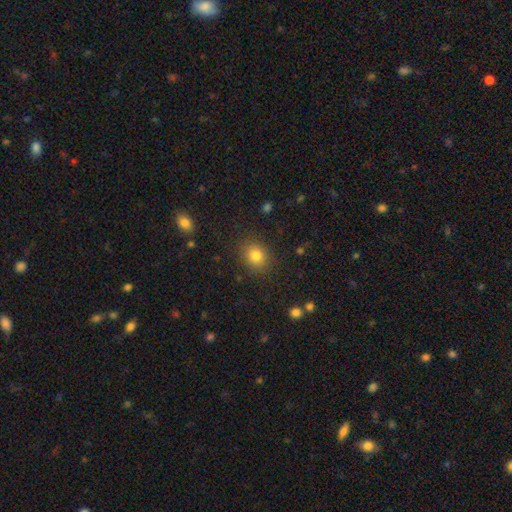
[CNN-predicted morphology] smooth 81%, star or artifact 12%, featured or disk 7%. Down the decision tree: how rounded — round (71%); merging — none (87%).